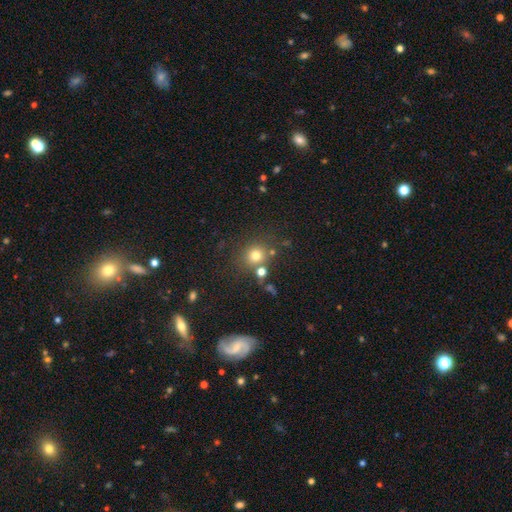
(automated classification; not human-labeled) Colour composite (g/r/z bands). It shows a smooth galaxy with no disk features (74%) that is round (84%). Merging: none (71%).